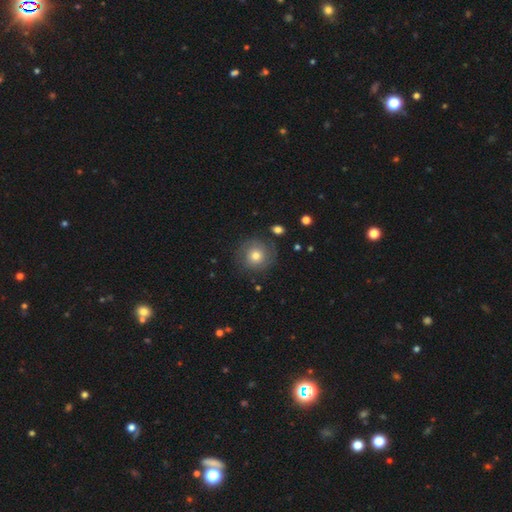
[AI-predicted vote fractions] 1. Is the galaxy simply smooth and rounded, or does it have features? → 59% smooth, 30% featured or disk, 11% star or artifact.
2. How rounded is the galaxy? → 93% round, 7% in between, 1% cigar-shaped.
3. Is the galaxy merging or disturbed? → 81% none, 12% minor disturbance, 5% major disturbance, 2% merger.